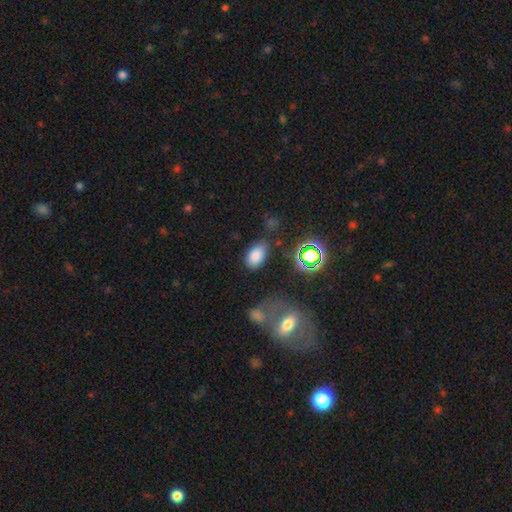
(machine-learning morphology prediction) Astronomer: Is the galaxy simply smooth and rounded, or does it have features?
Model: smooth — 79%.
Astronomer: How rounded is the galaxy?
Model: in between — 92%.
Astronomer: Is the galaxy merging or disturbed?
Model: none — 73%.